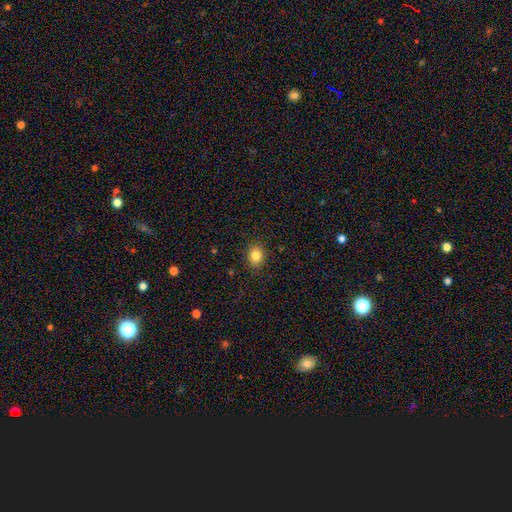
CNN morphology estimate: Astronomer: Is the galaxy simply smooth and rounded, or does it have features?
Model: smooth — 83%.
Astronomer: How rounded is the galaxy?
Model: round — 52% (runner-up: in between, 47%).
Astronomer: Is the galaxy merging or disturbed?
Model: none — 88%.